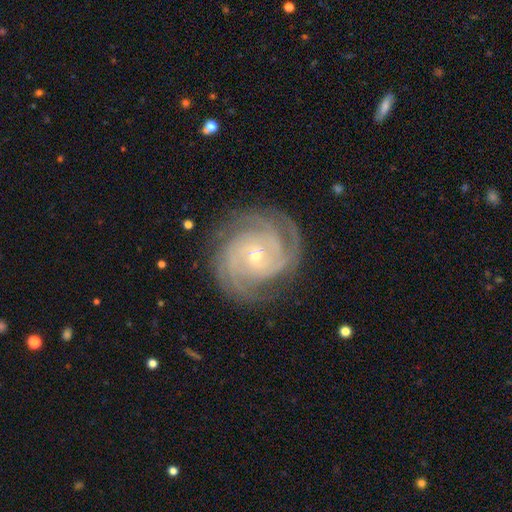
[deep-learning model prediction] This appears to be a featured or disk galaxy (91%) with no bar (65%), 3 (33%) tight (75%) spiral arms (98%) and a small central bulge (70%). Merging: none (82%).